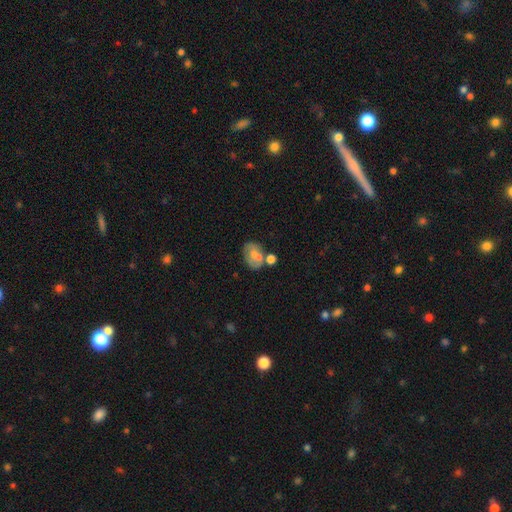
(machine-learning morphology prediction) Overall: smooth (57%; featured or disk 34%). How rounded: in between (72%). Merging: none (42%; merger 31%).